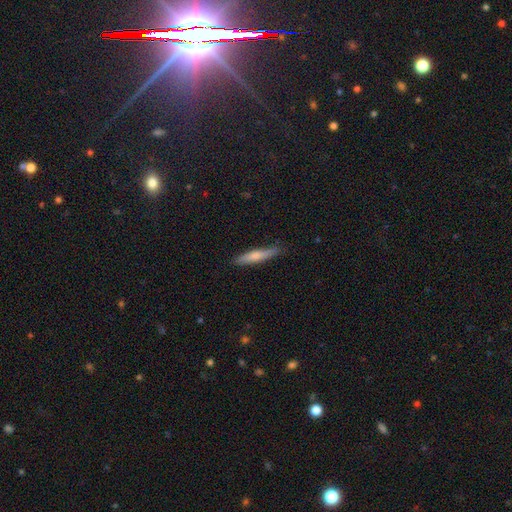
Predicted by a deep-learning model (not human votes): Smooth or featured? smooth (67%)
How rounded? cigar-shaped (90%)
Merging? none (79%)